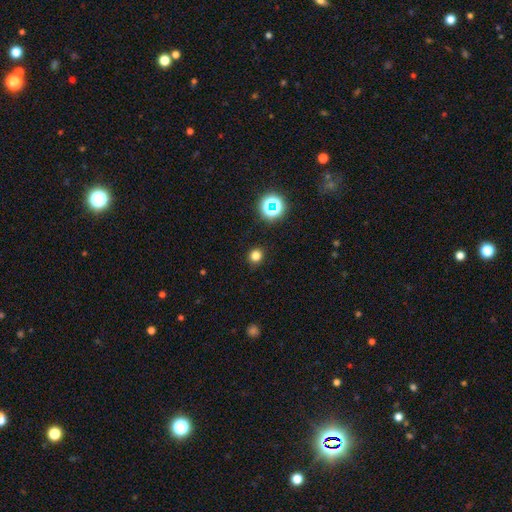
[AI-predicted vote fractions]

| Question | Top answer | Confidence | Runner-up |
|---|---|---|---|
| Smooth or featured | smooth | 77% | star or artifact (18%) |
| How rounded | round | 89% | in between (10%) |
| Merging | none | 91% | minor disturbance (6%) |